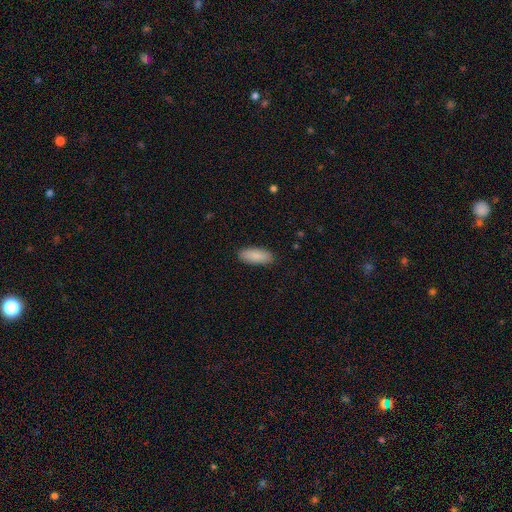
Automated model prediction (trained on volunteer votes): Smooth or featured? Predicted: smooth (p=0.89). How rounded? Predicted: in between (p=0.81). Merging? Predicted: none (p=0.89).